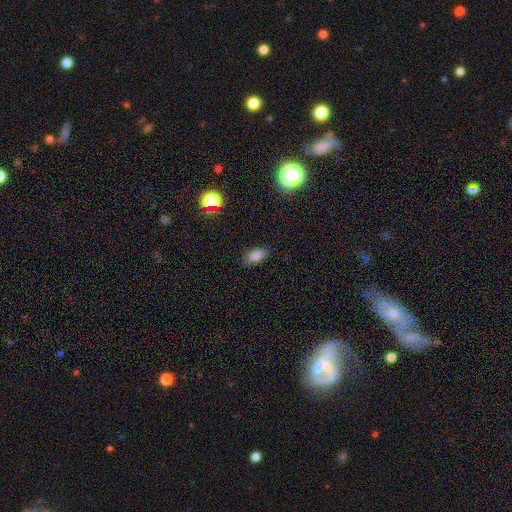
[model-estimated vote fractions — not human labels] Smooth or featured? smooth (82%)
How rounded? in between (90%)
Merging? none (82%)